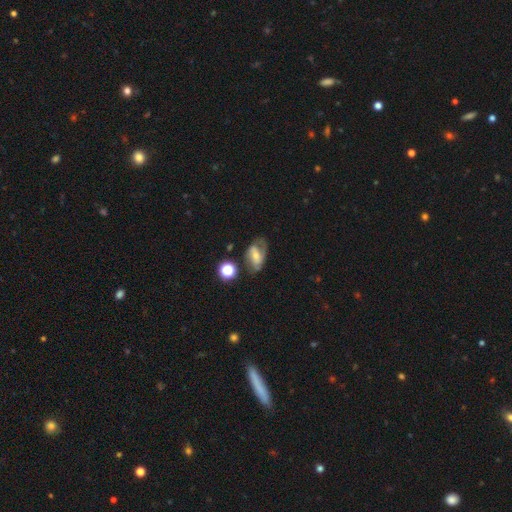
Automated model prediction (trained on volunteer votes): Q: Smooth or featured?
A: featured or disk (53%); runner-up: smooth (36%)
Q: Edge-on disk?
A: no (94%); runner-up: yes (6%)
Q: Merging?
A: none (54%); runner-up: minor disturbance (25%)